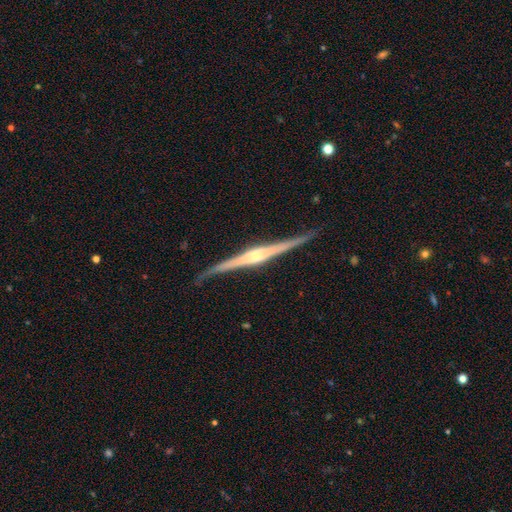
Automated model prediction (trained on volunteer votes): Smooth or featured: featured or disk — 87% (smooth — 9%)
Edge-on disk: yes — 98% (no — 2%)
Edge-on bulge: rounded — 76% (boxy — 15%)
Merging: none — 85% (minor disturbance — 11%)